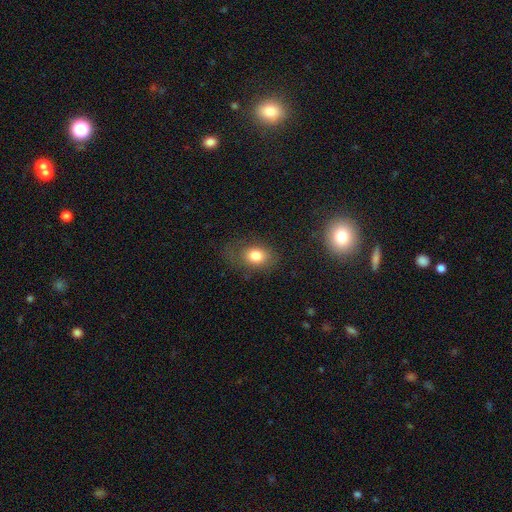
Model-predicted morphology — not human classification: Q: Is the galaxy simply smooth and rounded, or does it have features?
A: smooth — 77%.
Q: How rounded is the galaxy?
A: in between — 66%.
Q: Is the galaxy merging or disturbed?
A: none — 66%.